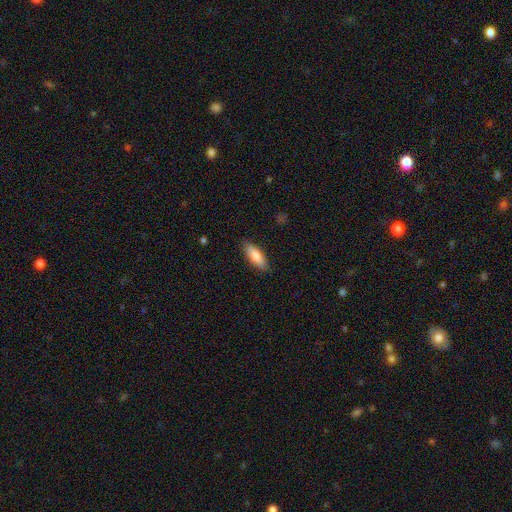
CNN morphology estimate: Smooth or featured? smooth (81%)
How rounded? in between (64%)
Merging? none (87%)